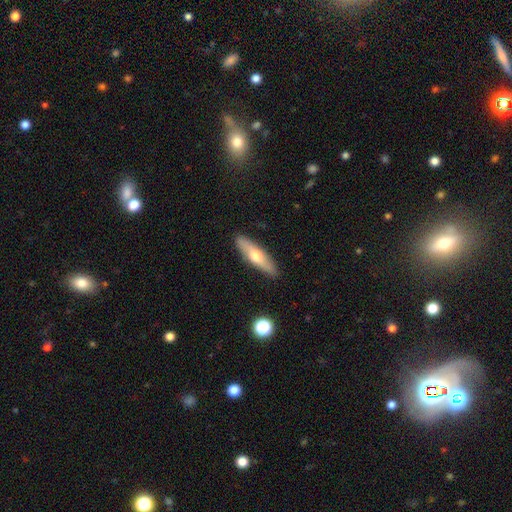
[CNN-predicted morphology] This appears to be a smooth galaxy with no disk features (53%) that is cigar-shaped (69%). Merging: none (88%).